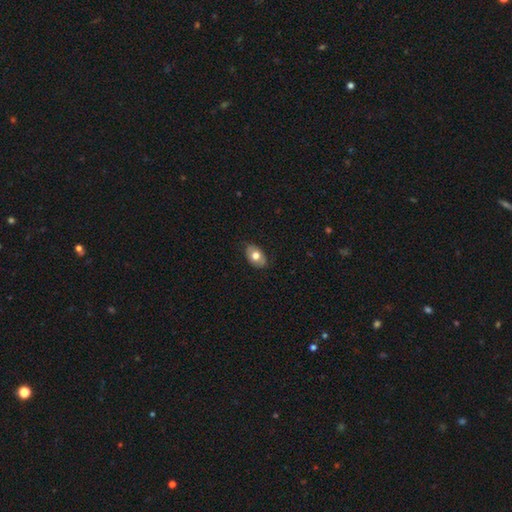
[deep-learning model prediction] Smooth or featured? smooth (70%)
How rounded? in between (86%)
Merging? none (79%)